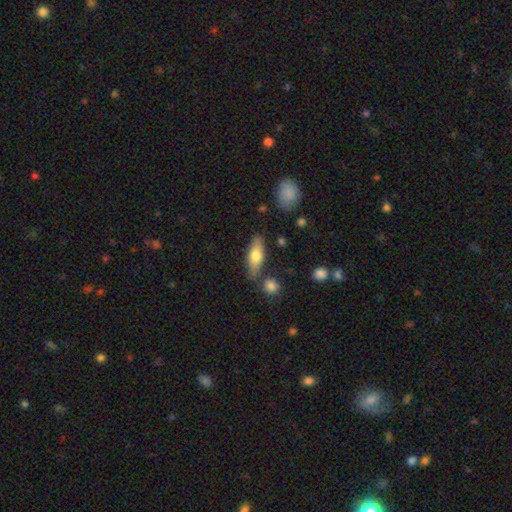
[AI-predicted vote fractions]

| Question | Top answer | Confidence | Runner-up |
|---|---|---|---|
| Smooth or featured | smooth | 67% | featured or disk (27%) |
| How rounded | in between | 62% | cigar-shaped (35%) |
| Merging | none | 75% | minor disturbance (14%) |